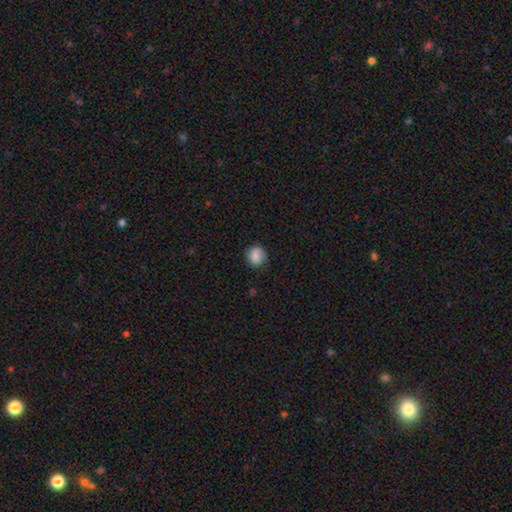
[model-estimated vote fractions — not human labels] Q: Smooth or featured?
A: smooth (86%); runner-up: star or artifact (9%)
Q: How rounded?
A: round (84%); runner-up: in between (15%)
Q: Merging?
A: none (87%); runner-up: minor disturbance (10%)